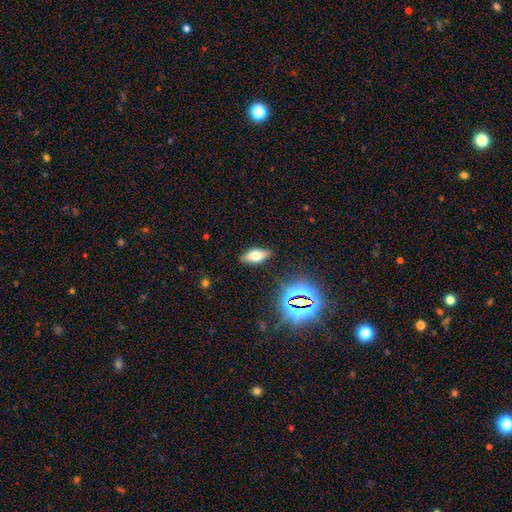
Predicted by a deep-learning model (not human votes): A smooth galaxy with no disk features (65%) that is in between round and cigar-shaped (83%). Merging: none (86%).